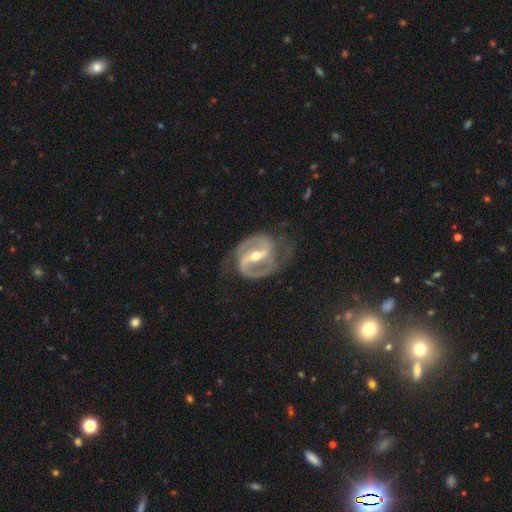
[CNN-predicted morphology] type=featured or disk (91%); edge-on=no (97%); bar=strong (66%); spiral arms=yes (97%); winding=medium (54%); arm count=2 (92%); bulge=moderate (55%); merging=none (69%).